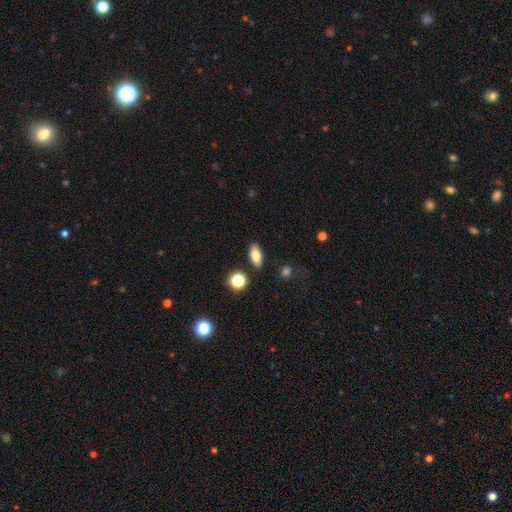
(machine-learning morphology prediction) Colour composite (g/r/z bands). It shows a smooth galaxy with no disk features (81%) that is in between round and cigar-shaped (84%). Merging: none (85%).